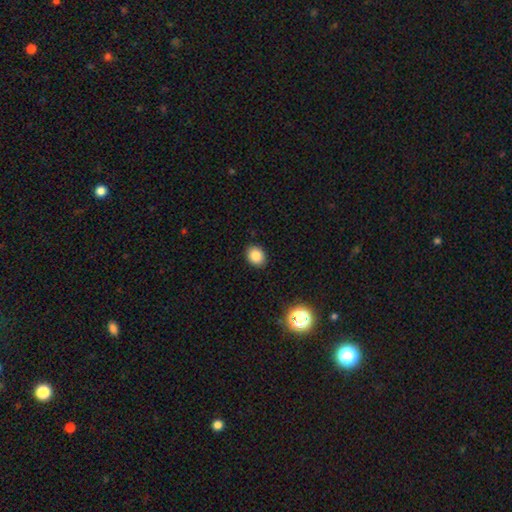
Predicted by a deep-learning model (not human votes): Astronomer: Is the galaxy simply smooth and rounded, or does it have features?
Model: smooth — 85%.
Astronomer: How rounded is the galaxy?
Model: round — 53% (runner-up: in between, 46%).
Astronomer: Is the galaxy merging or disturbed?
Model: none — 89%.